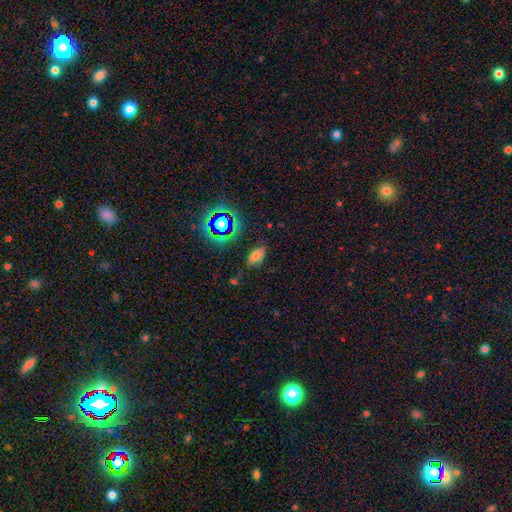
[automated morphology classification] smooth 66%, star or artifact 19%, featured or disk 15%. Down the decision tree: how rounded — in between (89%); merging — none (70%).